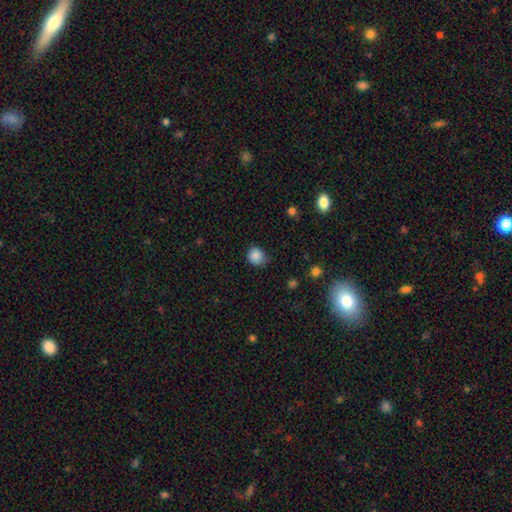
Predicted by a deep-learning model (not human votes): Smooth or featured: smooth — 86% (star or artifact — 10%)
How rounded: round — 72% (in between — 27%)
Merging: none — 63% (minor disturbance — 30%)